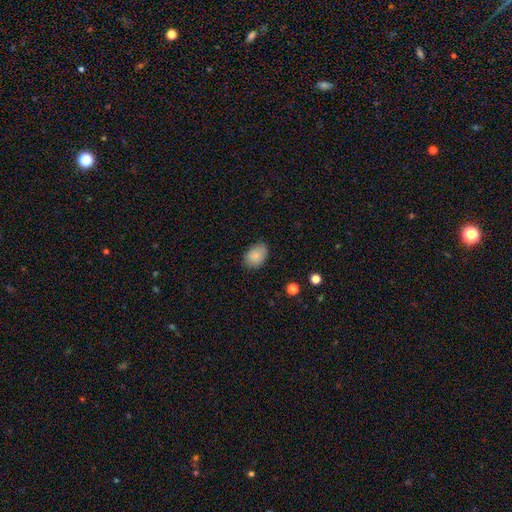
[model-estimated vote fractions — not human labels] Smooth or featured? Predicted: smooth (p=0.85). How rounded? Predicted: in between (p=0.80). Merging? Predicted: none (p=0.78).